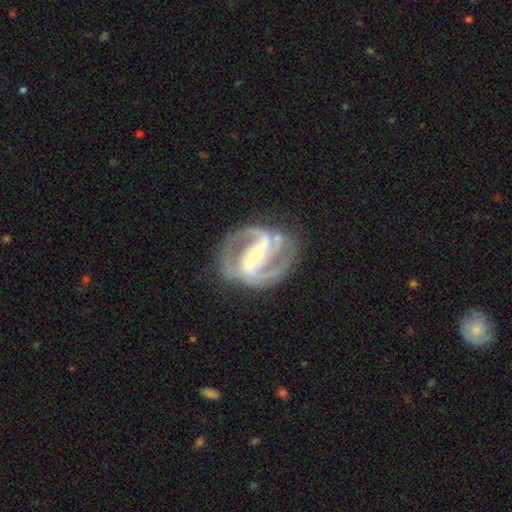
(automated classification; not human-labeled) Smooth or featured? Predicted: featured or disk (p=0.92). Edge-on disk? Predicted: no (p=0.97). Bar? Predicted: strong (p=0.66). Spiral arms? Predicted: yes (p=0.98). Spiral winding? Predicted: medium (p=0.57). Spiral arm count? Predicted: 2 (p=0.77). Bulge size? Predicted: small (p=0.58). Merging? Predicted: none (p=0.74).